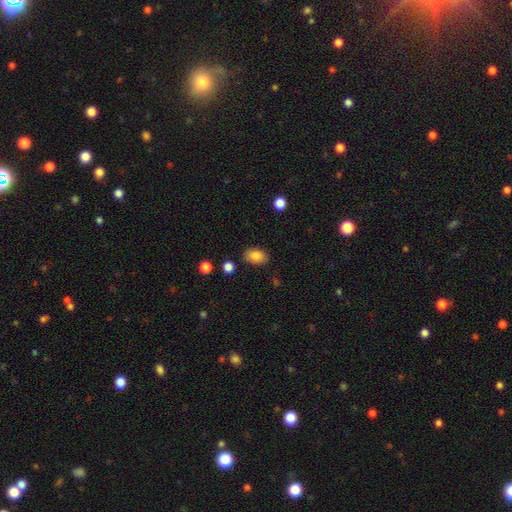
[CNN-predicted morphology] A smooth galaxy with no disk features (85%) that is in between round and cigar-shaped (85%).

Vote fractions:
- Smooth or featured? smooth: 85% / star or artifact: 9% / featured or disk: 6%
- How rounded? in between: 85% / round: 14% / cigar-shaped: 1%
- Merging? none: 83% / minor disturbance: 12% / major disturbance: 3% / merger: 2%